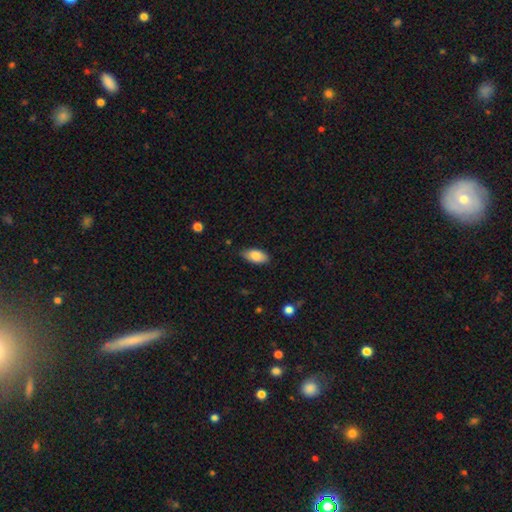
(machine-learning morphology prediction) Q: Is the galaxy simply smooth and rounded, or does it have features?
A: smooth — 83%.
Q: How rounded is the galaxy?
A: in between — 93%.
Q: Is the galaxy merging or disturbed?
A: none — 80%.